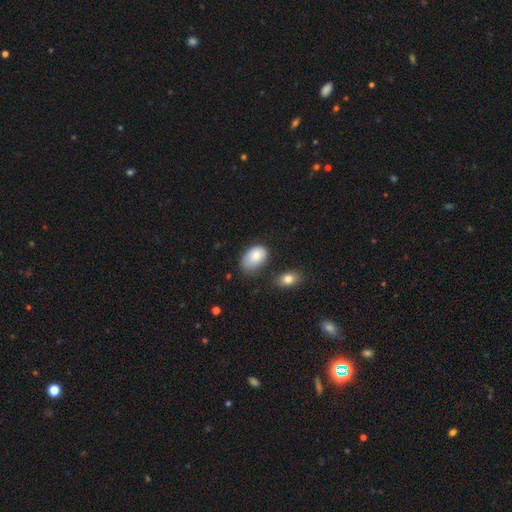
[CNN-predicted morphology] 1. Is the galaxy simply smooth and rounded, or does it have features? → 81% smooth, 12% featured or disk, 7% star or artifact.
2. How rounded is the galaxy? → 90% in between, 9% round, 1% cigar-shaped.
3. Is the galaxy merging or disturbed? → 50% none, 34% minor disturbance, 10% major disturbance, 6% merger.